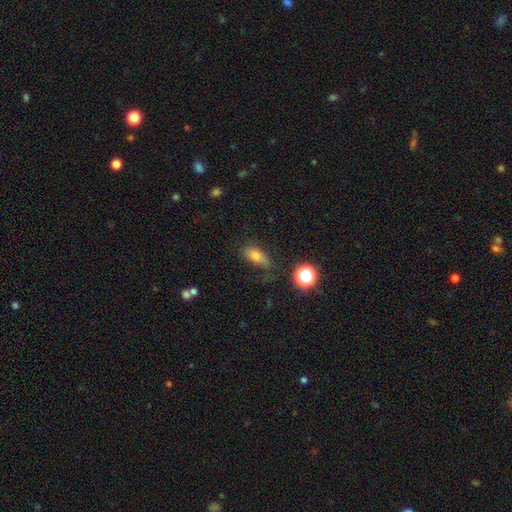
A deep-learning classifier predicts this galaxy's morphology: This appears to be a smooth galaxy with no disk features (75%) that is in between round and cigar-shaped (80%). Merging: none (57%).